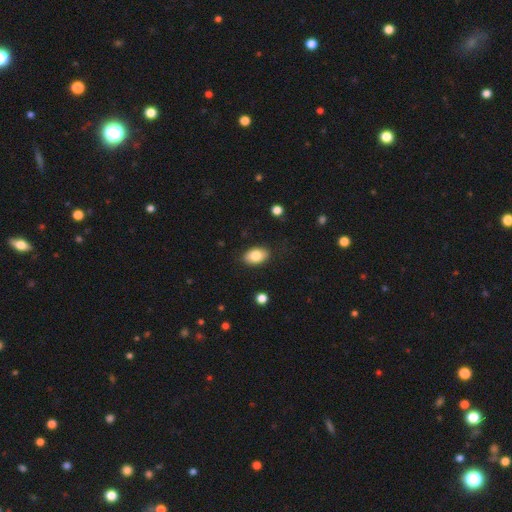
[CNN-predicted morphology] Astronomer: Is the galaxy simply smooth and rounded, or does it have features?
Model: smooth — 83%.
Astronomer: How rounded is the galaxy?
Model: in between — 90%.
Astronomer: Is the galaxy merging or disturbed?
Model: none — 86%.